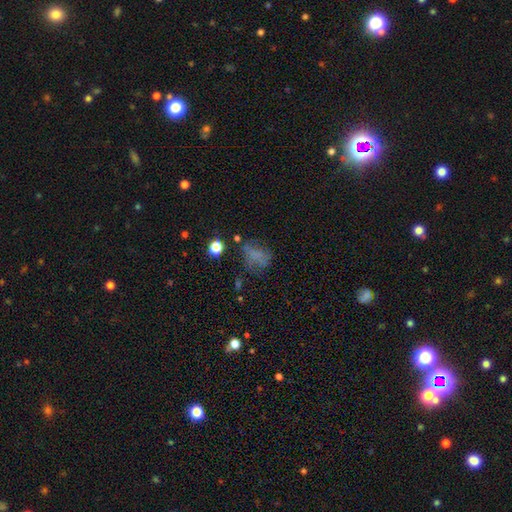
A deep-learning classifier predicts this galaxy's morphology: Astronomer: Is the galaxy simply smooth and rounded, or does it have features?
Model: smooth — 53%.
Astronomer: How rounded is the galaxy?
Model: in between — 56% (runner-up: round, 41%).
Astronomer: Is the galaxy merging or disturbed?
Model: none — 45% (runner-up: major disturbance, 25%).